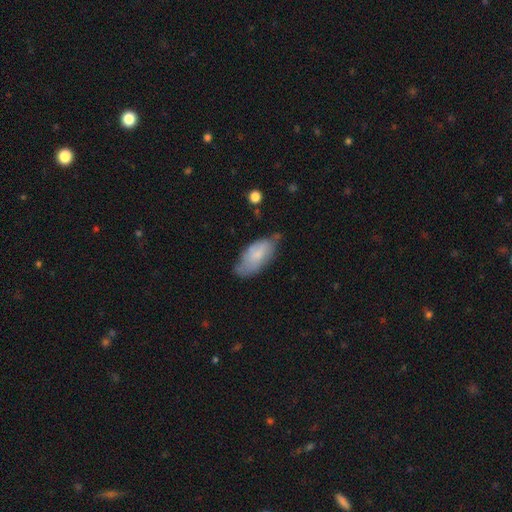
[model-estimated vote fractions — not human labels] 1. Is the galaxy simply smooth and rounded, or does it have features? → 68% smooth, 26% featured or disk, 6% star or artifact.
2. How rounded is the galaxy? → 90% in between, 7% cigar-shaped, 2% round.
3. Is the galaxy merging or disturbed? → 47% none, 39% minor disturbance, 10% major disturbance, 4% merger.